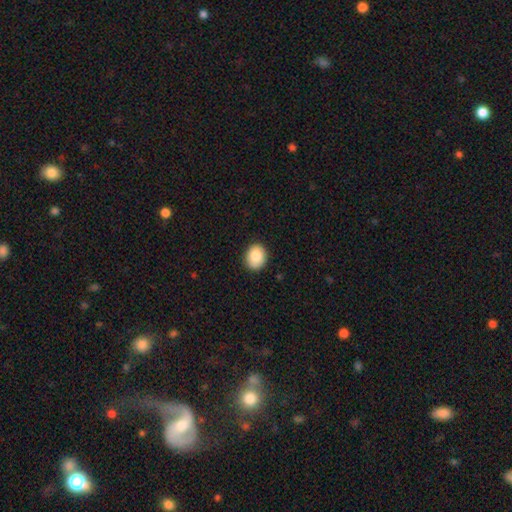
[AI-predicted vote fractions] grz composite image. It shows a smooth galaxy with no disk features (85%) that is round (59%). Merging: none (88%).